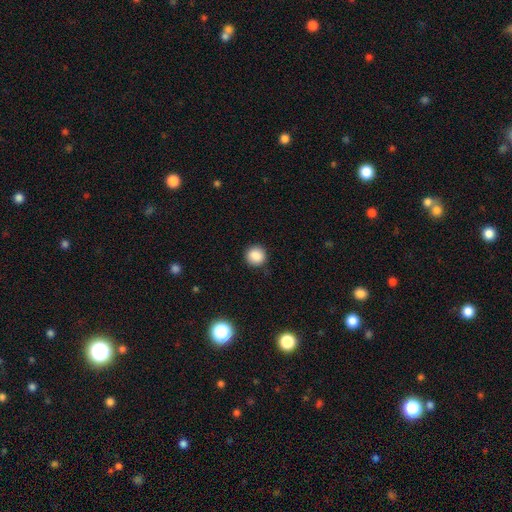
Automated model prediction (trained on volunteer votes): smooth_or_featured: smooth (p=0.87) [alt: star or artifact p=0.10]
how_rounded: round (p=0.92) [alt: in between p=0.07]
merging: none (p=0.89) [alt: minor disturbance p=0.08]